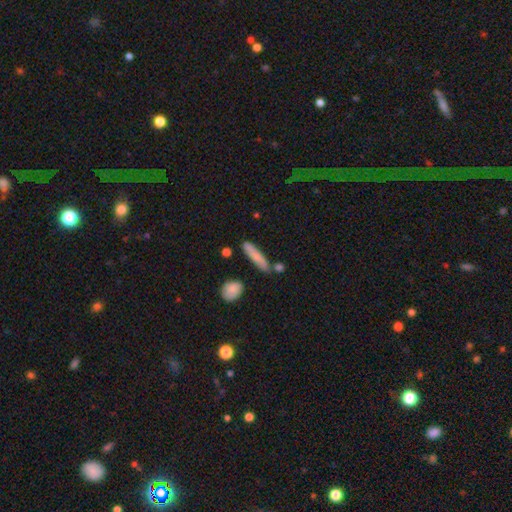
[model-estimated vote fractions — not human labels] smooth-or-featured: smooth: 74% | featured or disk: 19% | star or artifact: 7%
  how-rounded: cigar-shaped: 82% | in between: 16% | round: 2%
  merging: none: 73% | minor disturbance: 15% | merger: 8% | major disturbance: 4%